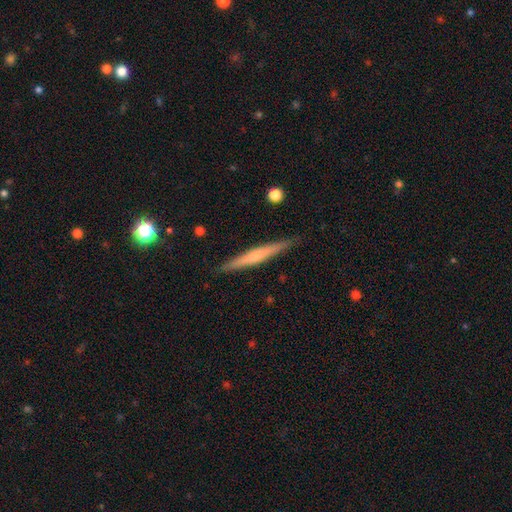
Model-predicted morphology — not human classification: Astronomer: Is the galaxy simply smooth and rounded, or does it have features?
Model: featured or disk — 51% (runner-up: smooth, 43%).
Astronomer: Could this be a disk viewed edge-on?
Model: yes — 97%.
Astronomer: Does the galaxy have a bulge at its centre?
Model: none — 51% (runner-up: rounded, 37%).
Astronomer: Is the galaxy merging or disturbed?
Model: none — 90%.